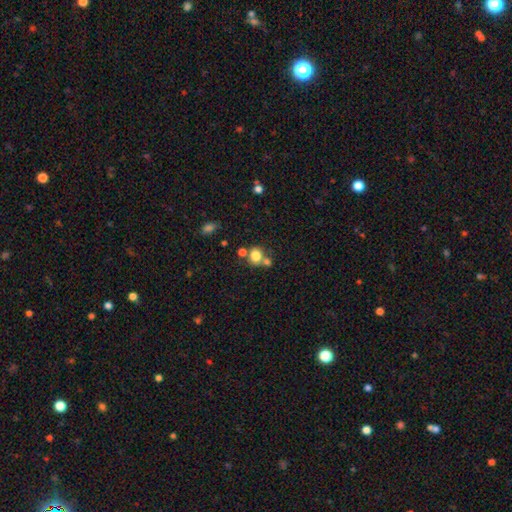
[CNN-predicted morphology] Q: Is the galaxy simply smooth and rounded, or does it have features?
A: smooth — 79%.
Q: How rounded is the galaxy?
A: round — 70%.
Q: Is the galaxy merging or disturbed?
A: none — 50%.